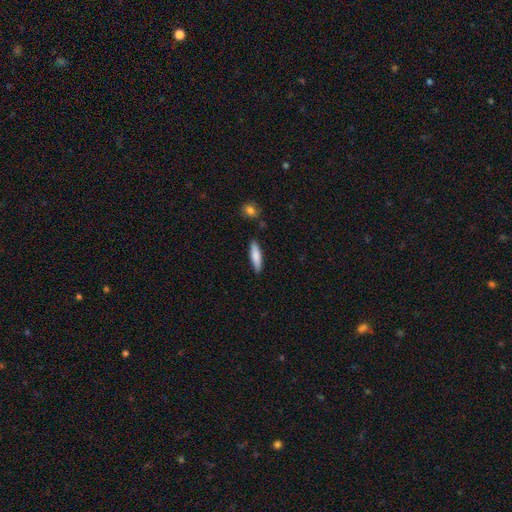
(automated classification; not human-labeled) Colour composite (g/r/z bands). It shows a smooth galaxy with no disk features (80%) that is cigar-shaped (71%). Merging: none (87%).